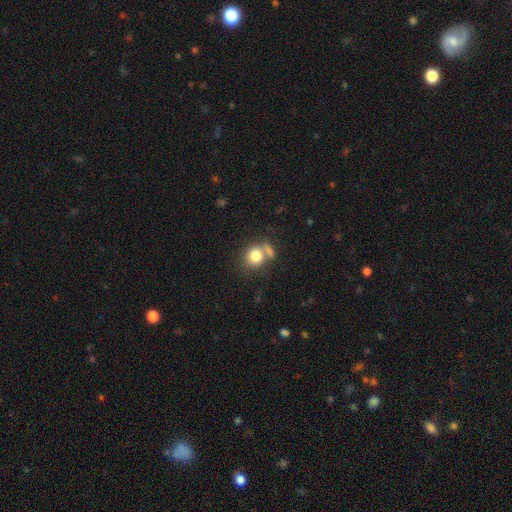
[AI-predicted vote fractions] smooth_or_featured: smooth (p=0.80) [alt: featured or disk p=0.10]
how_rounded: round (p=0.73) [alt: in between p=0.26]
merging: none (p=0.51) [alt: merger p=0.28]